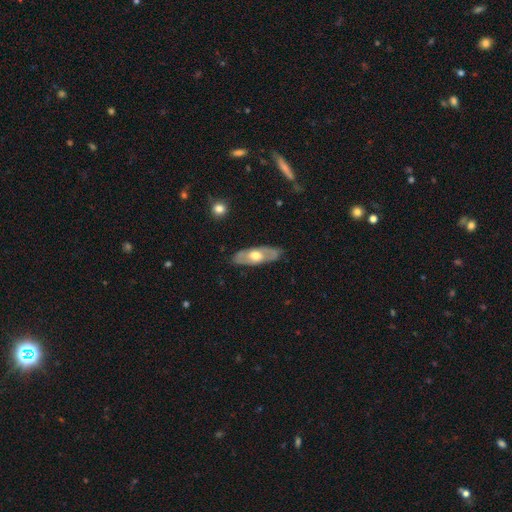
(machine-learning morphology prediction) A featured or disk galaxy (55%). Merging: none (82%).